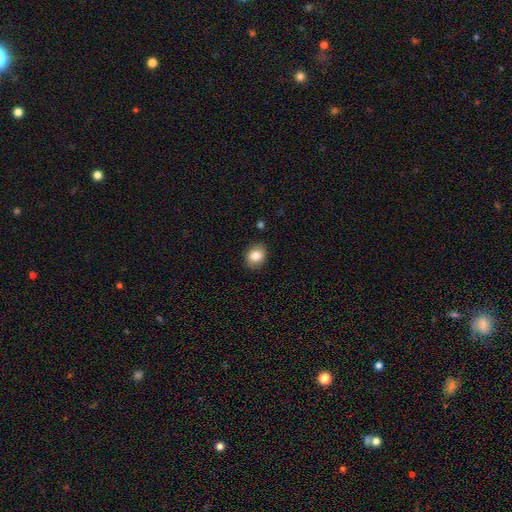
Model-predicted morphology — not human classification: Smooth or featured: smooth — 84% (star or artifact — 9%)
How rounded: round — 52% (in between — 47%)
Merging: none — 88% (minor disturbance — 9%)